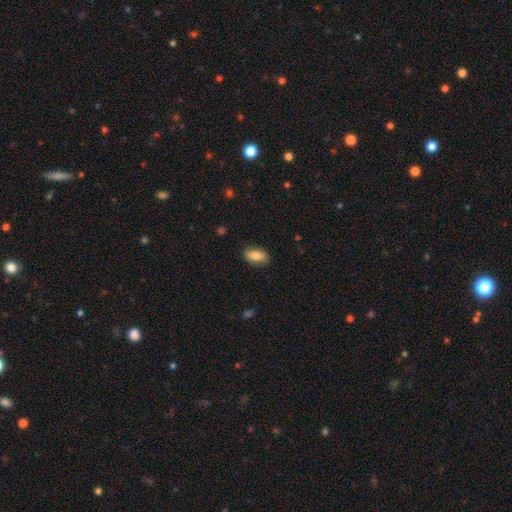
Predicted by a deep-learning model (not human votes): Morphology: type=smooth (81%); roundness=in between (89%); merging=none (86%).